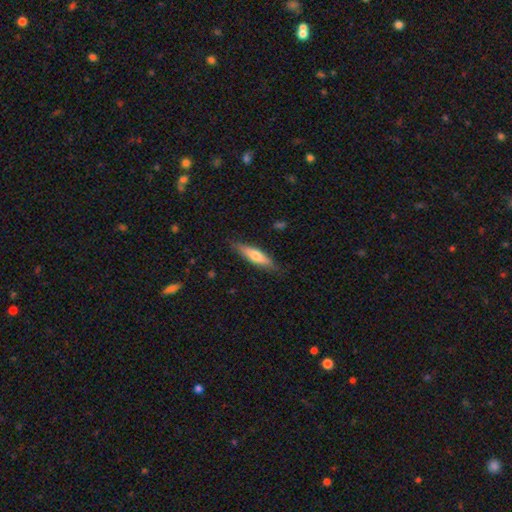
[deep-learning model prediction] Smooth or featured? Predicted: smooth (p=0.63). How rounded? Predicted: cigar-shaped (p=0.73). Merging? Predicted: none (p=0.83).